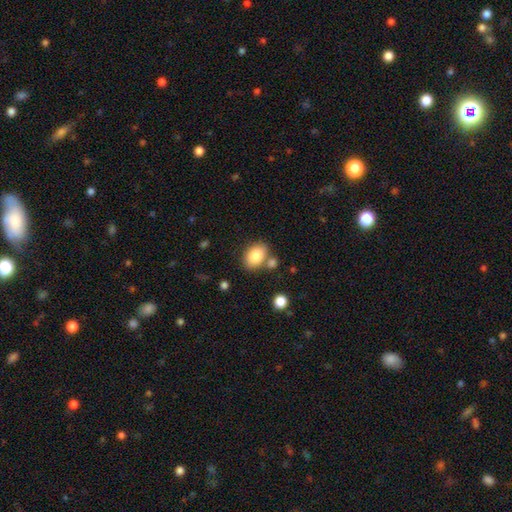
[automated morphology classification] smooth_or_featured: smooth (p=0.84) [alt: featured or disk p=0.08]
how_rounded: in between (p=0.82) [alt: round p=0.17]
merging: none (p=0.71) [alt: merger p=0.13]